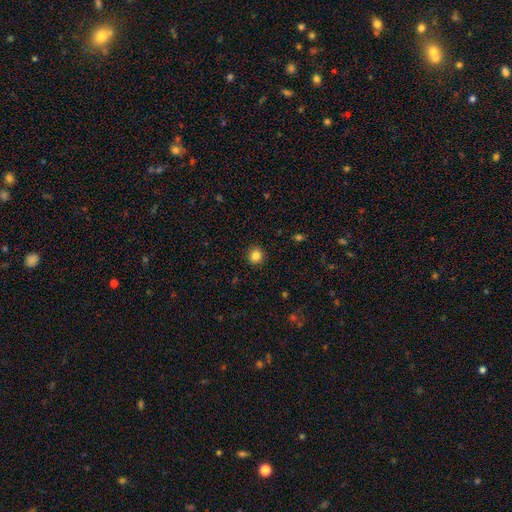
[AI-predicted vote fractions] A smooth galaxy with no disk features (85%) that is round (90%). Merging: none (91%).